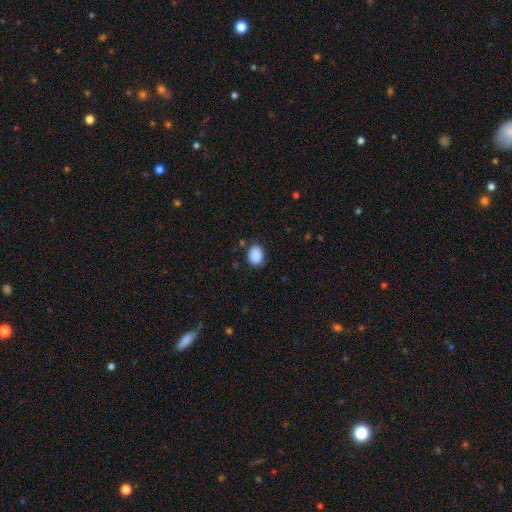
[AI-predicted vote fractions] The model was most divided on "how rounded": in between: 58%, round: 42%, cigar-shaped: 1%. More confident: smooth or featured — smooth (89%); merging — none (80%).